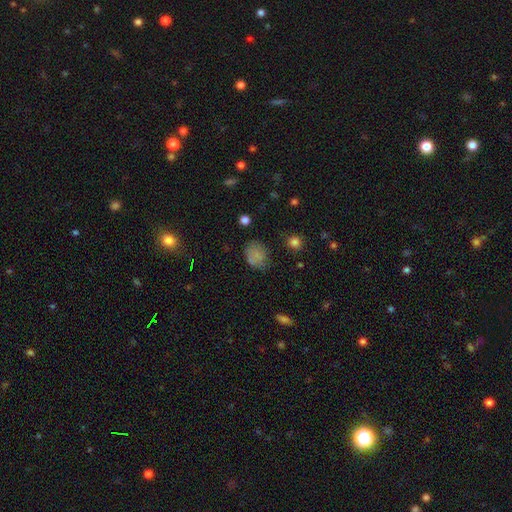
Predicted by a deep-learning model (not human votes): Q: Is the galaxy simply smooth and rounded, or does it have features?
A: smooth — 75%.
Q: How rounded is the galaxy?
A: round — 55%.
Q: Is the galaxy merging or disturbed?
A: none — 62%.